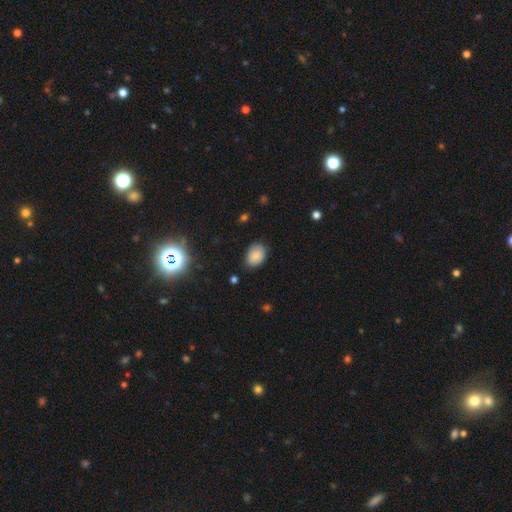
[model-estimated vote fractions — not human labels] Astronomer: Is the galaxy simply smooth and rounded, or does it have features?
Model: smooth — 82%.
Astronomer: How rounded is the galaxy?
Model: in between — 78%.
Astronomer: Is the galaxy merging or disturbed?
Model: none — 76%.